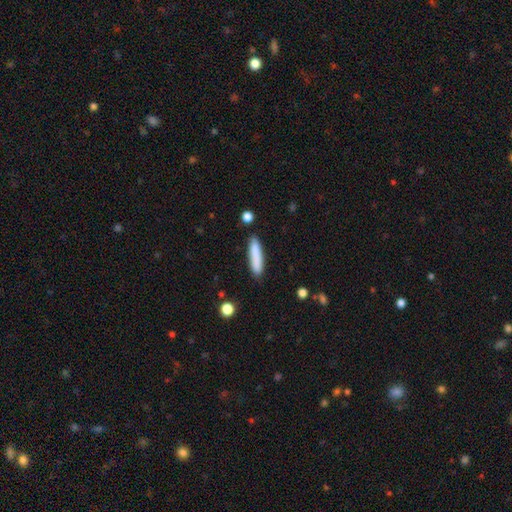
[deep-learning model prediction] Morphology: type=smooth (85%); roundness=cigar-shaped (82%); merging=none (86%).